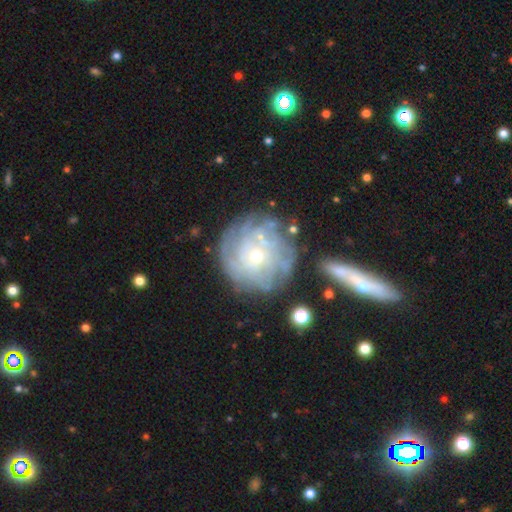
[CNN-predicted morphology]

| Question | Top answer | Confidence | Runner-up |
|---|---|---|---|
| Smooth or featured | featured or disk | 72% | smooth (19%) |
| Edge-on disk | no | 97% | yes (3%) |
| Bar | no | 83% | weak (14%) |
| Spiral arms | yes | 78% | no (22%) |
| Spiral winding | tight | 68% | medium (22%) |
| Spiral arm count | can't tell | 50% | more than 4 (16%) |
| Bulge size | small | 59% | moderate (37%) |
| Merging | none | 71% | minor disturbance (16%) |